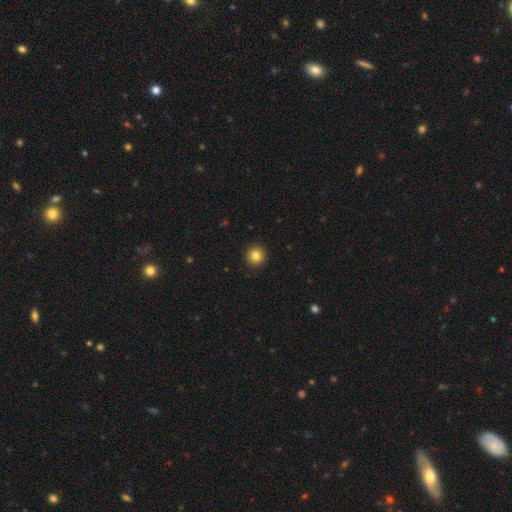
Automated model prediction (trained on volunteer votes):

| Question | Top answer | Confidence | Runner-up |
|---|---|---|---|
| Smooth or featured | smooth | 83% | star or artifact (11%) |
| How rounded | round | 95% | in between (4%) |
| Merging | none | 93% | minor disturbance (5%) |